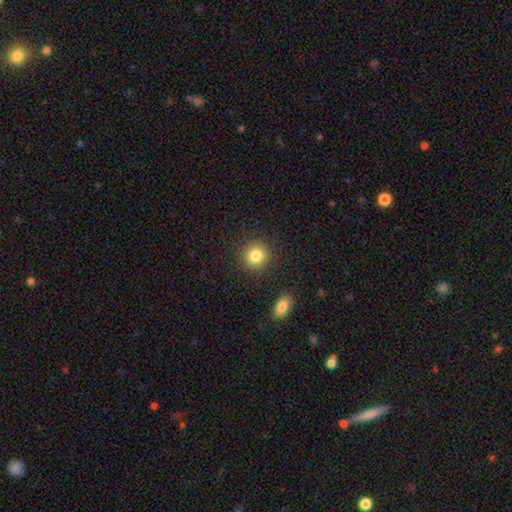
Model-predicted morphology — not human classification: Smooth or featured? Predicted: smooth (p=0.84). How rounded? Predicted: round (p=0.92). Merging? Predicted: none (p=0.89).